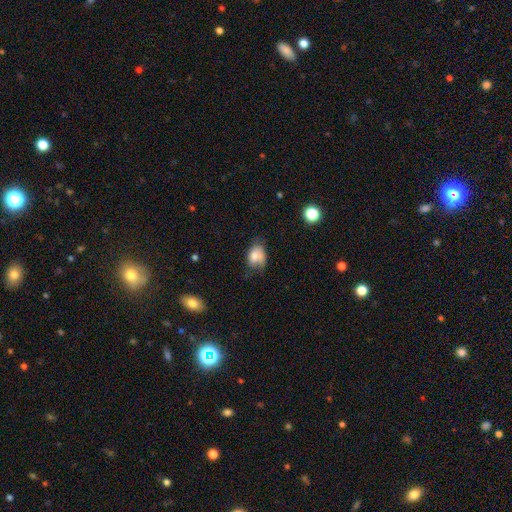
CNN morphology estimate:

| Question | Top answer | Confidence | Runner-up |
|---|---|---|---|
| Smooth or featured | smooth | 68% | featured or disk (23%) |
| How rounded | in between | 79% | round (20%) |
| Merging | none | 40% | minor disturbance (37%) |